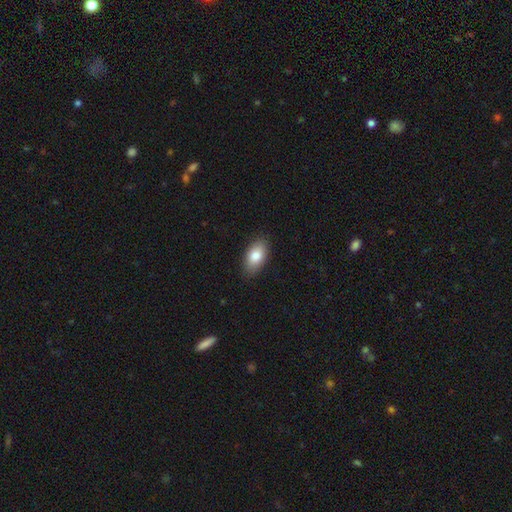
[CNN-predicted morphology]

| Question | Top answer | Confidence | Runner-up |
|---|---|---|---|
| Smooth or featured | smooth | 82% | featured or disk (11%) |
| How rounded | in between | 92% | round (5%) |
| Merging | none | 87% | minor disturbance (10%) |